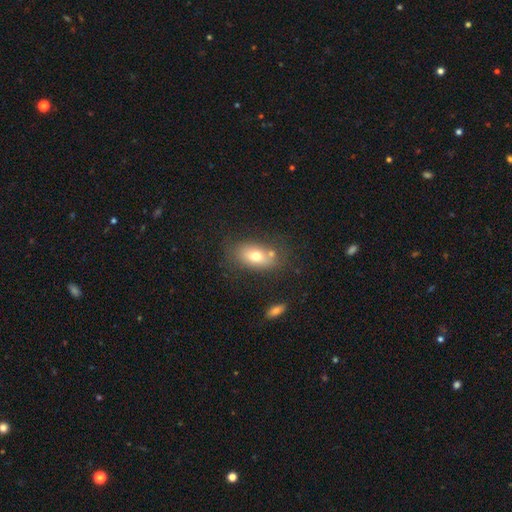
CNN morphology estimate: The model was most divided on "merging": none: 65%, minor disturbance: 16%, merger: 12%, major disturbance: 6%. More confident: how rounded — in between (83%); smooth or featured — smooth (70%).